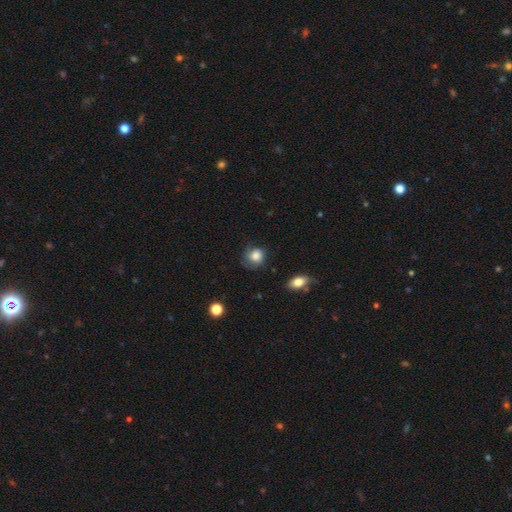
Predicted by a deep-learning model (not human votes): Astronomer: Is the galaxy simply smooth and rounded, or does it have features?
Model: smooth — 73%.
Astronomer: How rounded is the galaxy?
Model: round — 76%.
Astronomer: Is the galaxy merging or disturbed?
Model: none — 57%.